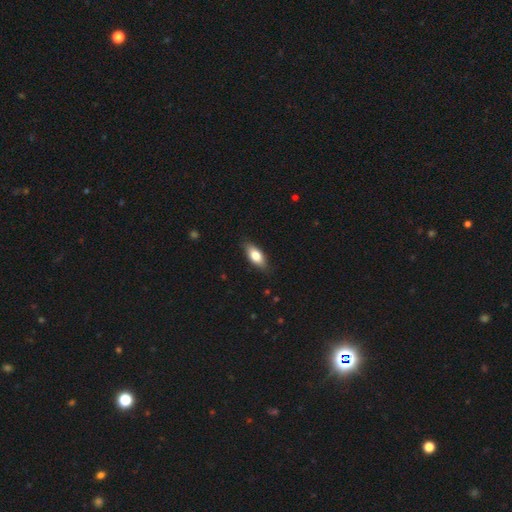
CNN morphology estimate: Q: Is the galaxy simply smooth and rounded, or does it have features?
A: smooth — 75%.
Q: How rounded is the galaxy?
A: in between — 82%.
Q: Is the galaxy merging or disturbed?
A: none — 85%.